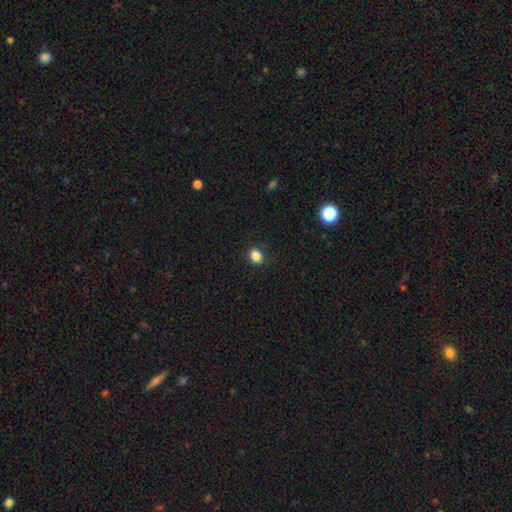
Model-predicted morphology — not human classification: Q: Smooth or featured?
A: smooth (85%); runner-up: star or artifact (11%)
Q: How rounded?
A: in between (53%); runner-up: round (46%)
Q: Merging?
A: none (87%); runner-up: minor disturbance (10%)